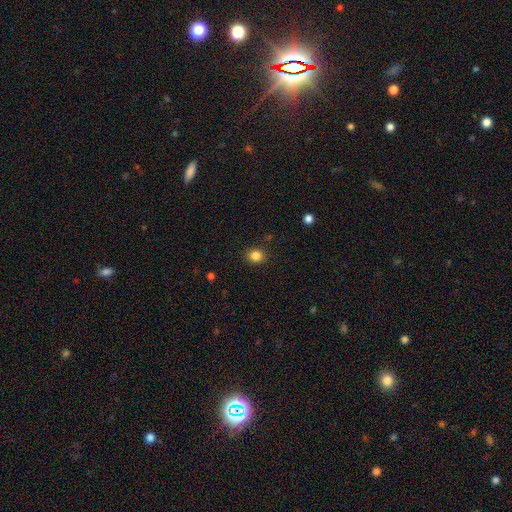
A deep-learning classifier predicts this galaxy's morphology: This is clearly a smooth galaxy (85%). How rounded: likely round (72%). Merging: clearly none (89%).